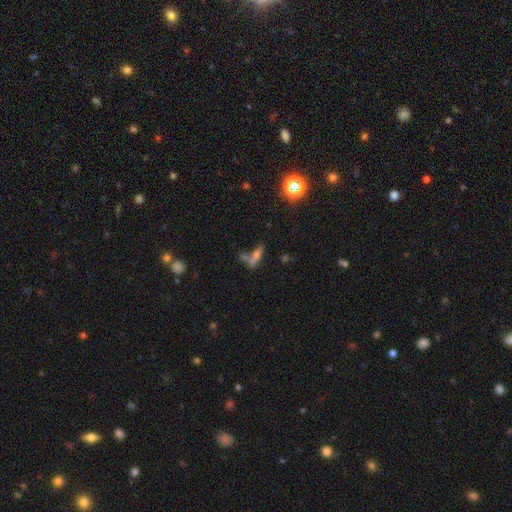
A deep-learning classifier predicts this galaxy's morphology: type=smooth (53%); roundness=cigar-shaped (51%); merging=merger (42%).